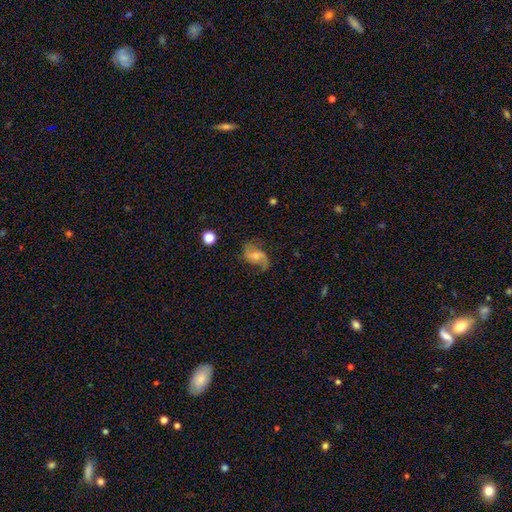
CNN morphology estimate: Overall: featured or disk (81%). Edge-on disk: no (97%). Bar: no (51%; weak 40%). Spiral arms: yes (96%). Spiral arm count: 2 (90%). Spiral winding: loose (54%; medium 36%). Bulge size: moderate (52%; small 39%). Merging: none (76%).